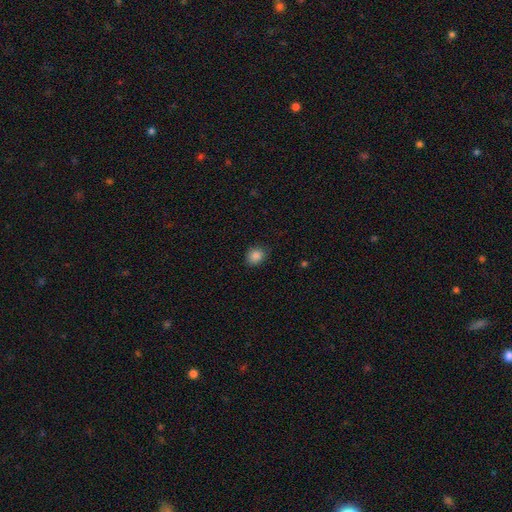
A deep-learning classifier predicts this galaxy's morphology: The model was most divided on "how rounded": round: 62%, in between: 37%, cigar-shaped: 1%. More confident: smooth or featured — smooth (85%); merging — none (84%).